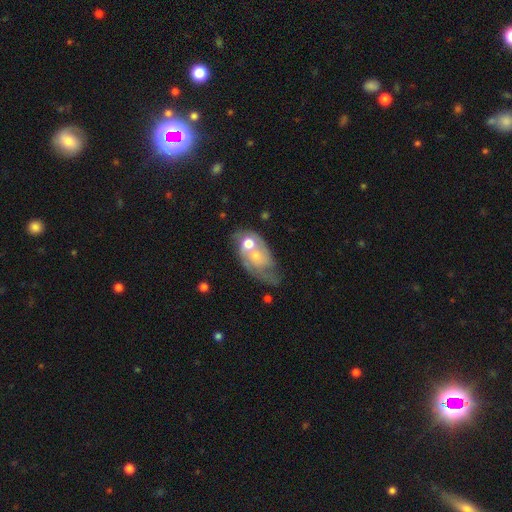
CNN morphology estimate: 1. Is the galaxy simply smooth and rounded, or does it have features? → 58% featured or disk, 34% smooth, 8% star or artifact.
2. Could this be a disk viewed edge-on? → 95% no, 5% yes.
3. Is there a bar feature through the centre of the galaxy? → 82% no, 15% weak, 3% strong.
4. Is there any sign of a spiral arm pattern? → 61% yes, 39% no.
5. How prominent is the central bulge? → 49% moderate, 33% small, 9% large, 6% none, 2% dominant.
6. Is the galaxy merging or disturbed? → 41% merger, 21% none, 21% major disturbance, 17% minor disturbance.